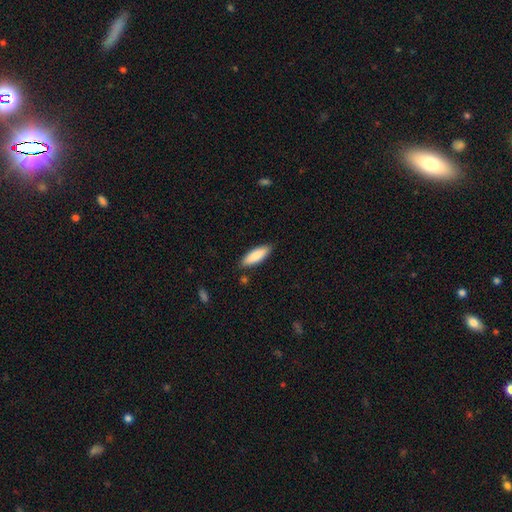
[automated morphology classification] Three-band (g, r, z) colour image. It shows a smooth galaxy with no disk features (86%) that is in between round and cigar-shaped (54%). Merging: none (85%).